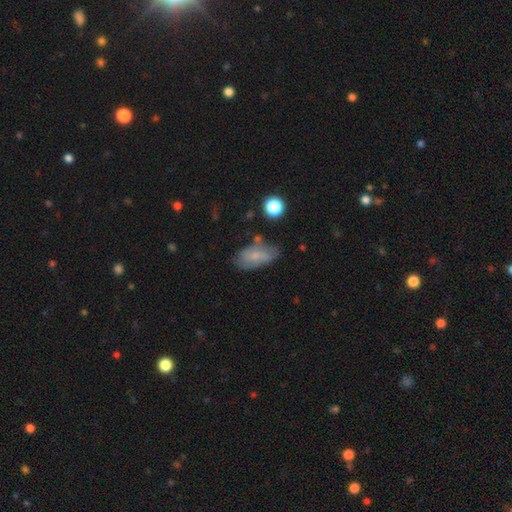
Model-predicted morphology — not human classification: This appears to be a smooth galaxy with no disk features (54%) that is in between round and cigar-shaped (89%). Merging: none (60%).